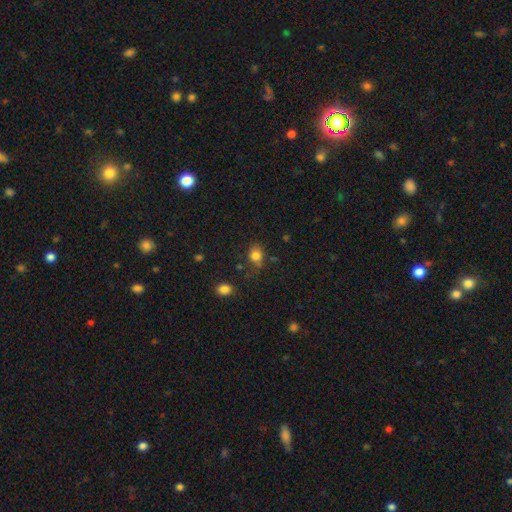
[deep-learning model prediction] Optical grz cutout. It shows a smooth galaxy with no disk features (81%) that is in between round and cigar-shaped (51%). Merging: none (63%).